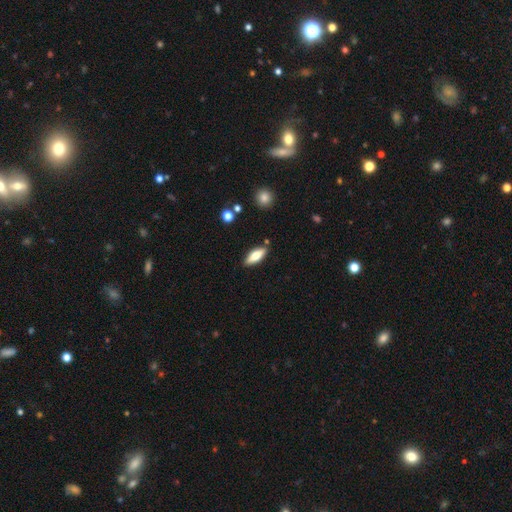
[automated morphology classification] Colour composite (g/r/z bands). It shows a smooth galaxy with no disk features (67%) that is in between round and cigar-shaped (64%). Merging: none (85%).